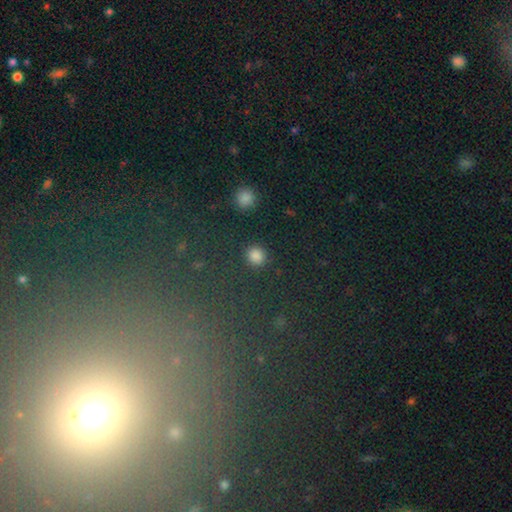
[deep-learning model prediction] A smooth galaxy with no disk features (82%) that is round (88%).

Vote fractions:
- Smooth or featured? smooth: 82% / star or artifact: 13% / featured or disk: 4%
- How rounded? round: 88% / in between: 11% / cigar-shaped: 1%
- Merging? none: 88% / minor disturbance: 7% / major disturbance: 3% / merger: 2%